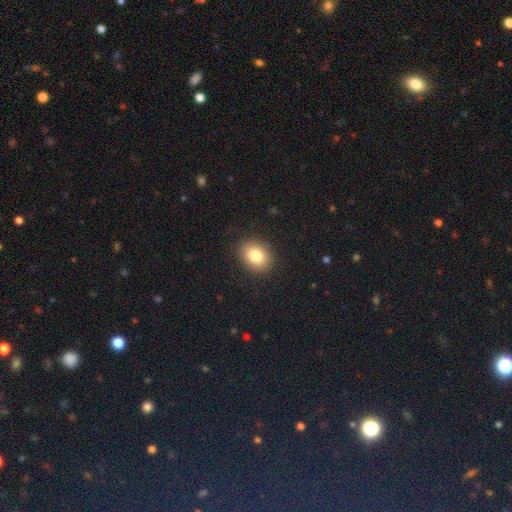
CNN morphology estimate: A smooth galaxy with no disk features (83%) that is in between round and cigar-shaped (62%). Merging: none (89%).